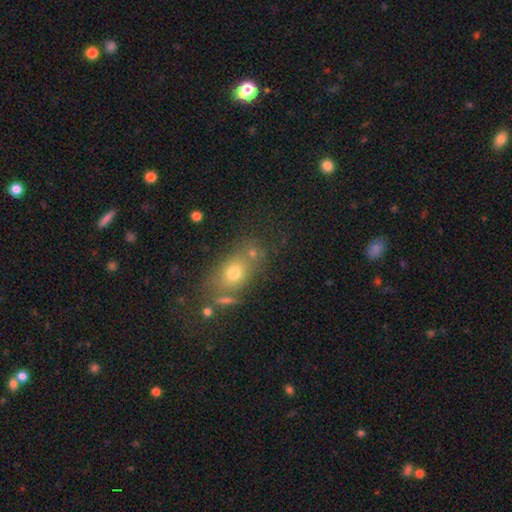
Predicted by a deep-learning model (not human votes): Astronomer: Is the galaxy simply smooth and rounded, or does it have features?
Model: smooth — 61%.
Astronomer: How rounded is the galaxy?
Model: round — 49% (runner-up: in between, 47%).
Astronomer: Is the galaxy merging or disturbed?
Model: none — 64%.